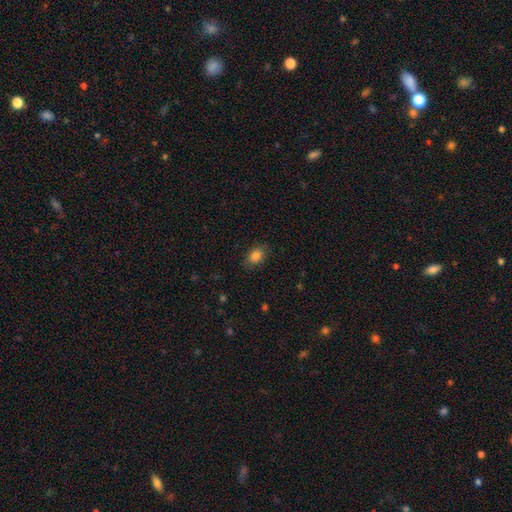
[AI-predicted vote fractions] Smooth or featured?
  - smooth: 84% *
  - star or artifact: 9%
  - featured or disk: 6%
How rounded?
  - in between: 78% *
  - round: 20%
  - cigar-shaped: 1%
Merging?
  - none: 82% *
  - minor disturbance: 14%
  - major disturbance: 4%
  - merger: 1%